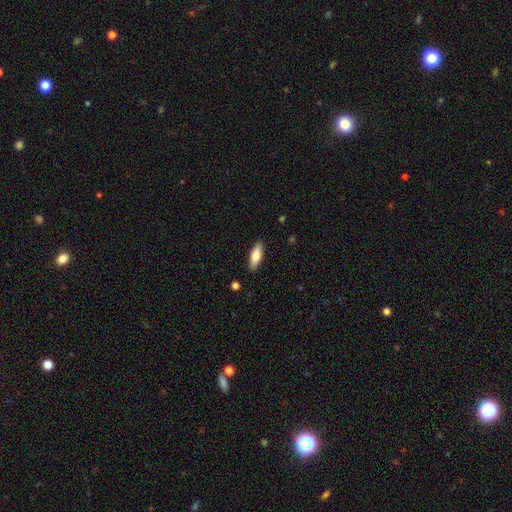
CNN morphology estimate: A smooth galaxy with no disk features (74%) that is in between round and cigar-shaped (64%). Merging: none (89%).